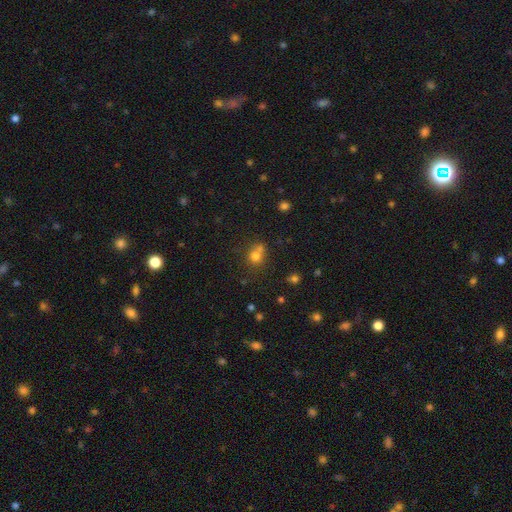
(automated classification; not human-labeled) Smooth or featured? smooth (73%)
How rounded? round (76%)
Merging? none (43%)